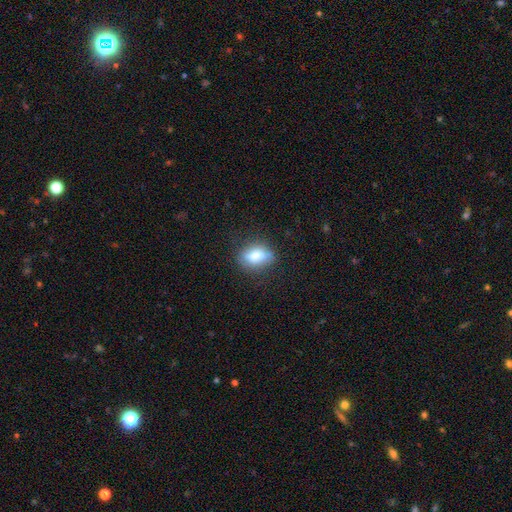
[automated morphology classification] A smooth galaxy with no disk features (72%) that is in between round and cigar-shaped (71%).

Vote fractions:
- Smooth or featured? smooth: 72% / featured or disk: 19% / star or artifact: 9%
- How rounded? in between: 71% / round: 25% / cigar-shaped: 4%
- Merging? none: 74% / minor disturbance: 19% / major disturbance: 5% / merger: 2%